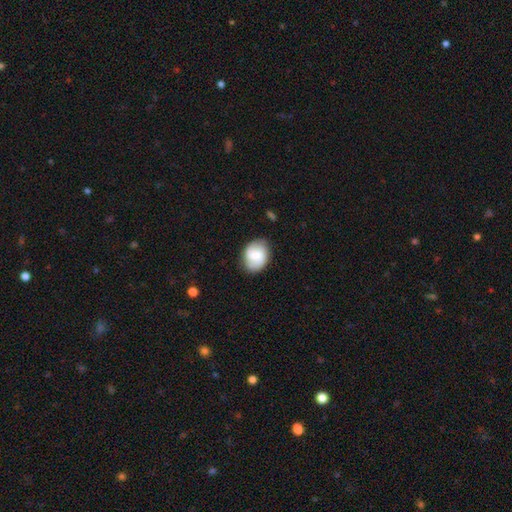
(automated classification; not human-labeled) Smooth or featured? Predicted: smooth (p=0.54). How rounded? Predicted: in between (p=0.52). Merging? Predicted: none (p=0.76).